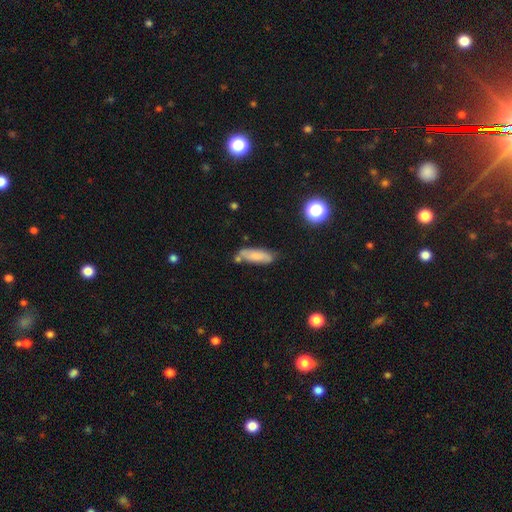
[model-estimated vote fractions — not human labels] Q: Smooth or featured?
A: smooth (76%); runner-up: featured or disk (15%)
Q: How rounded?
A: cigar-shaped (49%); runner-up: in between (48%)
Q: Merging?
A: none (63%); runner-up: minor disturbance (21%)